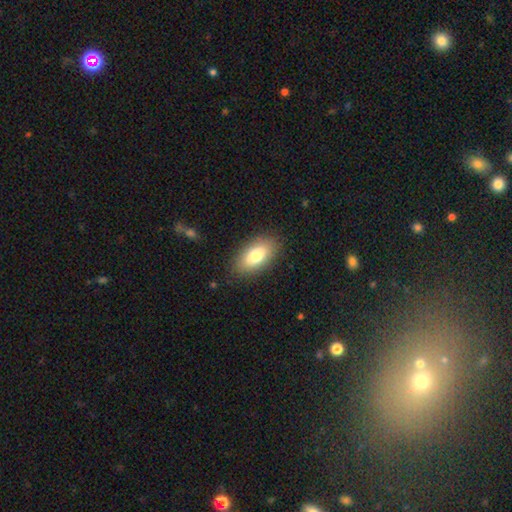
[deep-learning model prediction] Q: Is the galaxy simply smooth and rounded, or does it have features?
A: smooth — 79%.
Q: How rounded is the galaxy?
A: in between — 92%.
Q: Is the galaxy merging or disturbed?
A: none — 86%.